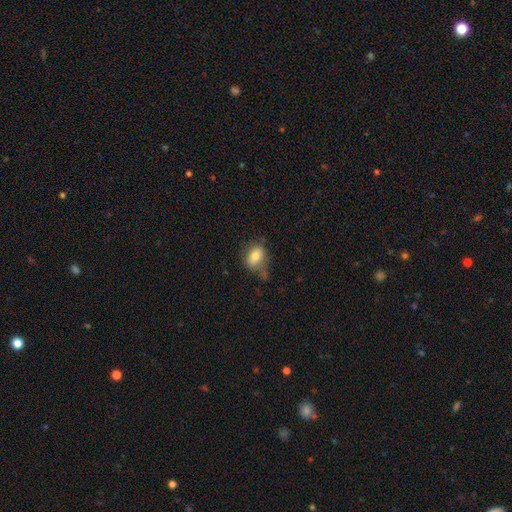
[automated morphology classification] Q: Smooth or featured?
A: smooth (76%); runner-up: featured or disk (15%)
Q: How rounded?
A: in between (73%); runner-up: round (25%)
Q: Merging?
A: none (50%); runner-up: minor disturbance (30%)